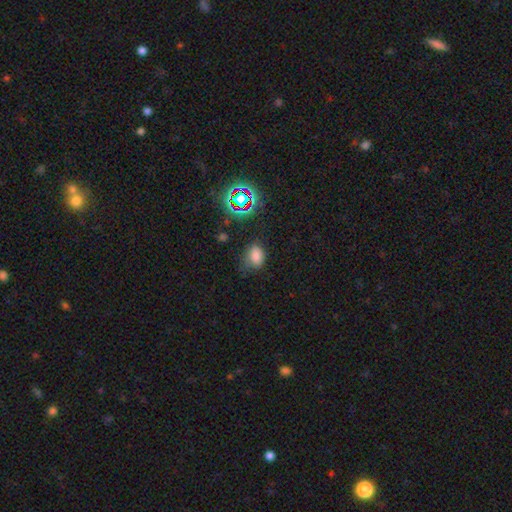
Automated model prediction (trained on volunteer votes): Smooth or featured? Predicted: smooth (p=0.72). How rounded? Predicted: in between (p=0.74). Merging? Predicted: none (p=0.55).